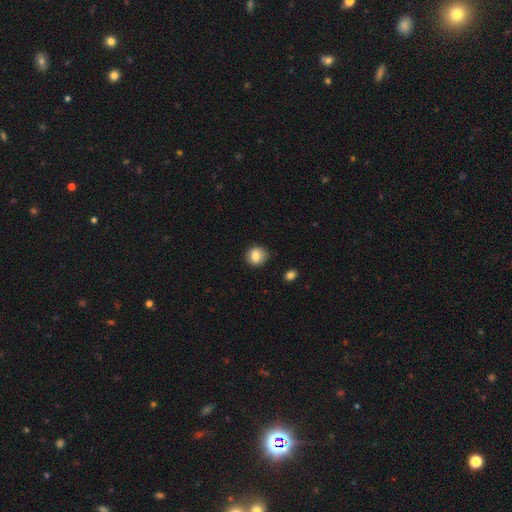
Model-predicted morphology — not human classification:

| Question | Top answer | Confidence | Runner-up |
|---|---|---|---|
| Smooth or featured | smooth | 81% | featured or disk (11%) |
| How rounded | round | 74% | in between (25%) |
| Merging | none | 82% | minor disturbance (13%) |